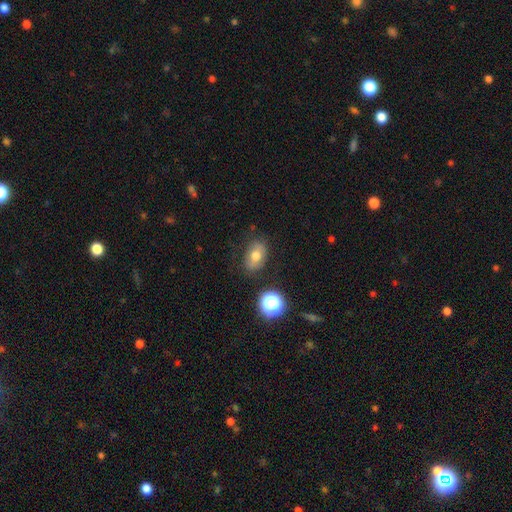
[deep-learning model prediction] Smooth or featured? smooth (68%)
How rounded? in between (80%)
Merging? none (77%)